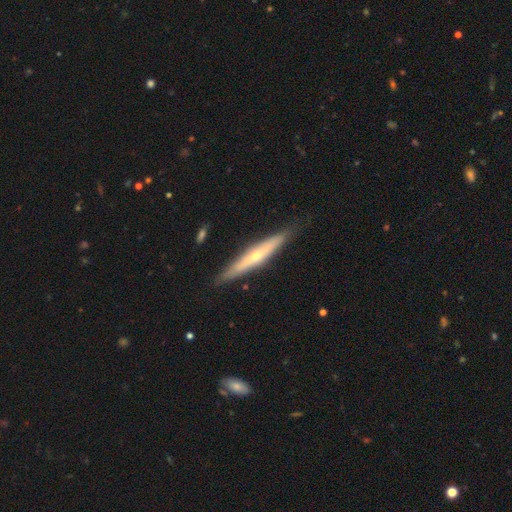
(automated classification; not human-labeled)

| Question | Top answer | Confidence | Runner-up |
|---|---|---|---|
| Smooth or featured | featured or disk | 65% | smooth (29%) |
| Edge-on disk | yes | 92% | no (8%) |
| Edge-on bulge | rounded | 76% | none (21%) |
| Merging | none | 86% | minor disturbance (11%) |